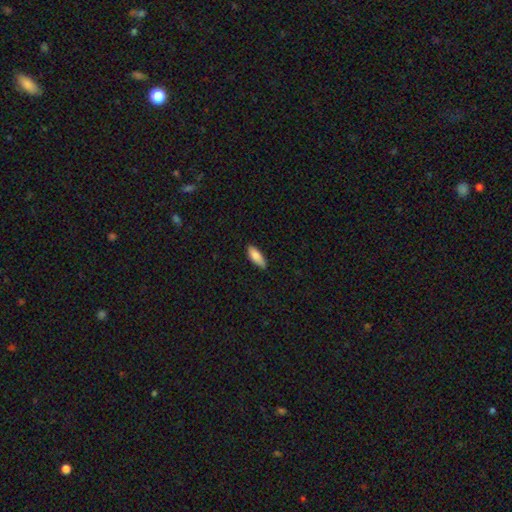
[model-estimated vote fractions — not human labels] smooth 87%, featured or disk 7%, star or artifact 6%. Down the decision tree: how rounded — in between (75%); merging — none (81%).